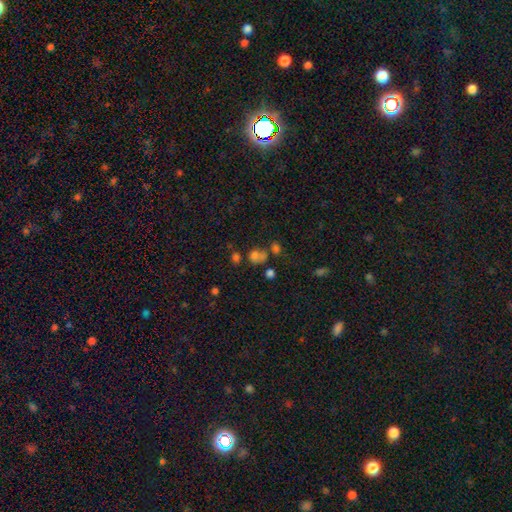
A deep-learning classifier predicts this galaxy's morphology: A smooth galaxy with no disk features (65%) that is round (64%).

Vote fractions:
- Smooth or featured? smooth: 65% / star or artifact: 23% / featured or disk: 13%
- How rounded? round: 64% / in between: 34% / cigar-shaped: 1%
- Merging? none: 44% / merger: 30% / minor disturbance: 15% / major disturbance: 11%